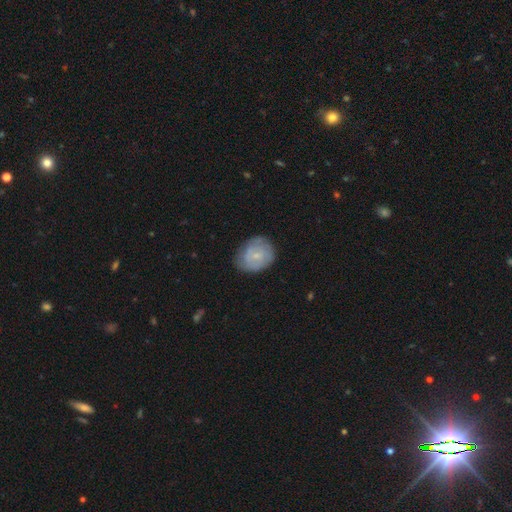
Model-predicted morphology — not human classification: Smooth or featured? Predicted: smooth (p=0.49). Merging? Predicted: none (p=0.69).